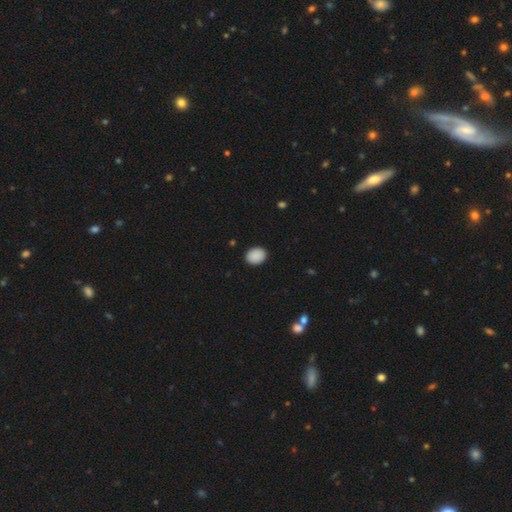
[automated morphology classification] Smooth or featured? Predicted: smooth (p=0.90). How rounded? Predicted: in between (p=0.57). Merging? Predicted: none (p=0.90).